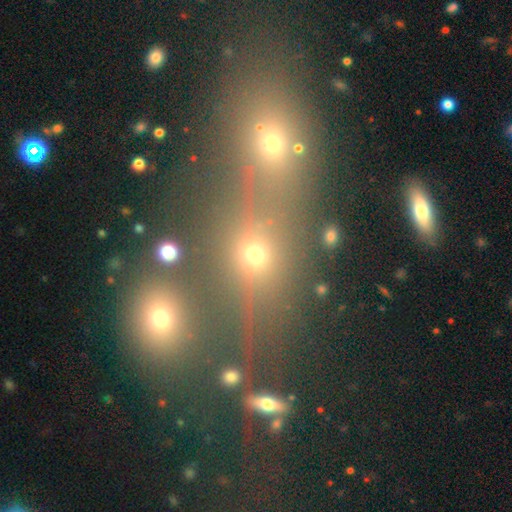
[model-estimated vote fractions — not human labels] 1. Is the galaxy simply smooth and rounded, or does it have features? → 43% smooth, 41% star or artifact, 16% featured or disk.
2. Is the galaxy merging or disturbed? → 47% merger, 41% none, 8% minor disturbance, 5% major disturbance.